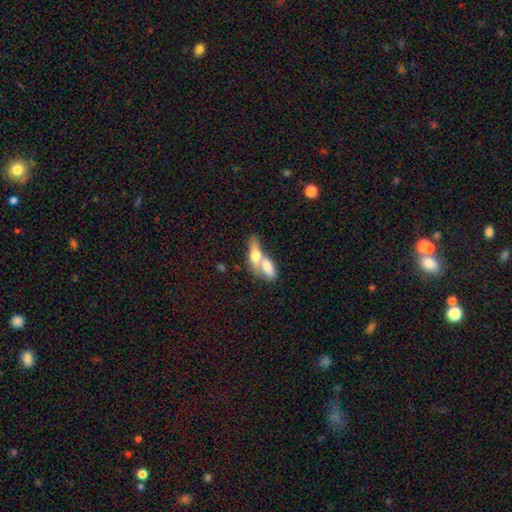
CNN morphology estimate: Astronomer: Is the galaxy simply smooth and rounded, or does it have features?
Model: smooth — 62%.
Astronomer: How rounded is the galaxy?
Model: in between — 68%.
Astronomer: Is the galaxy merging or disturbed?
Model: merger — 71%.